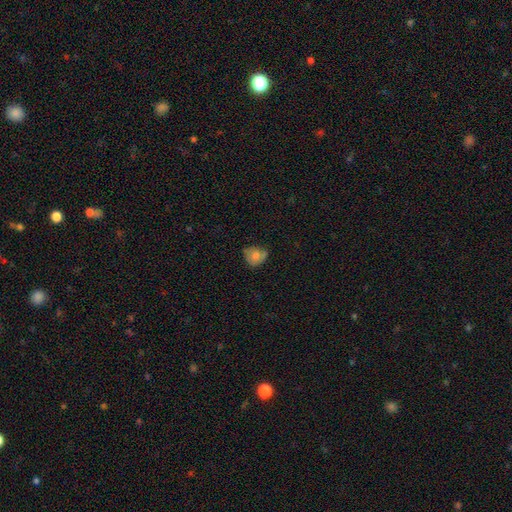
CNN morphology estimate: Smooth or featured: smooth — 69% (featured or disk — 22%)
How rounded: round — 66% (in between — 33%)
Merging: none — 50% (minor disturbance — 38%)